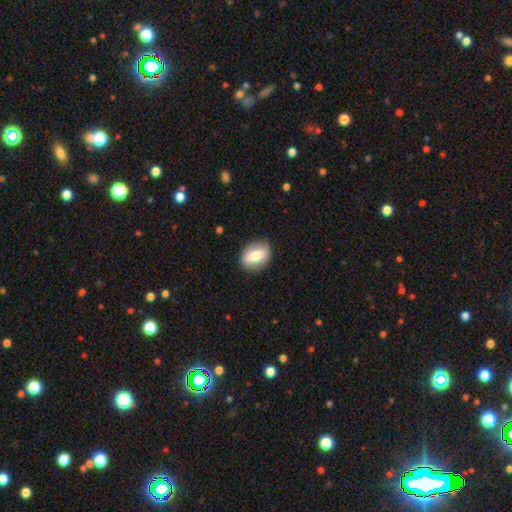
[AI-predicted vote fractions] Q: Smooth or featured?
A: smooth (70%); runner-up: featured or disk (23%)
Q: How rounded?
A: in between (72%); runner-up: round (26%)
Q: Merging?
A: none (86%); runner-up: minor disturbance (10%)